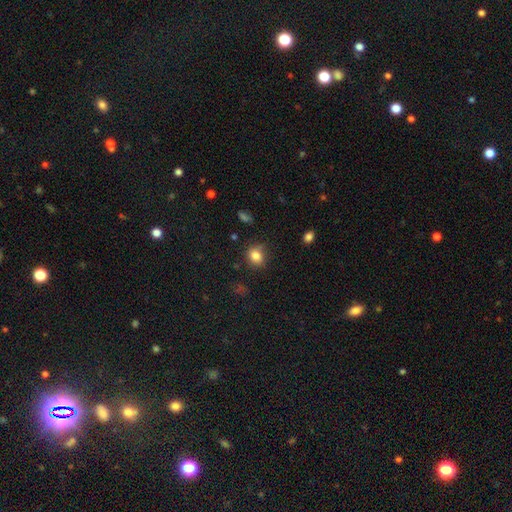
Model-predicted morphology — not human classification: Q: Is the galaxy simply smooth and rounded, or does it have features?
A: smooth — 82%.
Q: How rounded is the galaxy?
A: round — 65%.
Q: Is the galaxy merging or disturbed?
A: none — 75%.